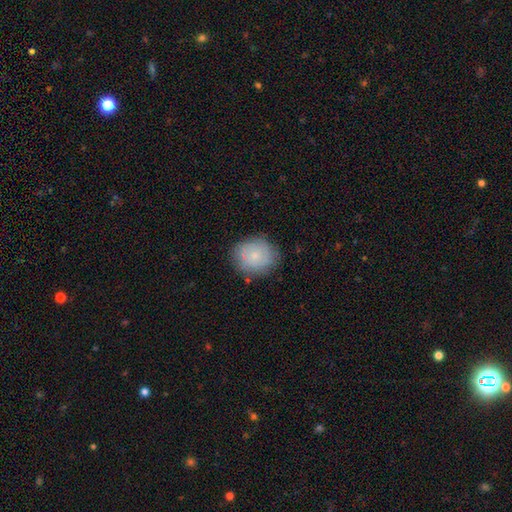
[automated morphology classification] A smooth galaxy with no disk features (73%) that is round (77%). Merging: none (75%).